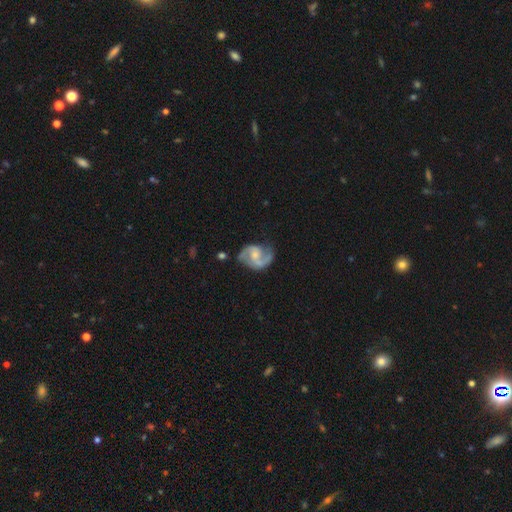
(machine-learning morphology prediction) Smooth or featured?
  - featured or disk: 87% *
  - smooth: 8%
  - star or artifact: 5%
Edge-on disk?
  - no: 98% *
  - yes: 2%
Bar?
  - no: 51% *
  - weak: 41%
  - strong: 9%
Spiral arms?
  - yes: 96% *
  - no: 4%
Spiral winding?
  - medium: 55% *
  - loose: 29%
  - tight: 16%
Spiral arm count?
  - 2: 89% *
  - 1: 4%
  - can't tell: 3%
  - 3: 2%
  - 4: 1%
  - more than 4: 1%
Bulge size?
  - small: 48% *
  - moderate: 40%
  - none: 8%
  - large: 3%
  - dominant: 1%
Merging?
  - none: 65% *
  - minor disturbance: 22%
  - major disturbance: 10%
  - merger: 3%